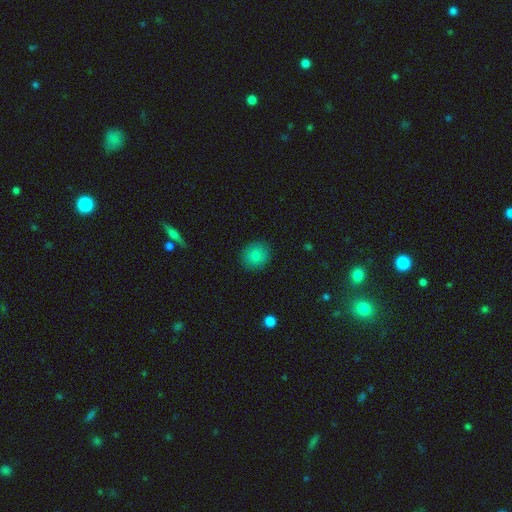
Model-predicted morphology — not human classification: Q: Smooth or featured?
A: smooth (82%); runner-up: star or artifact (10%)
Q: How rounded?
A: round (83%); runner-up: in between (16%)
Q: Merging?
A: none (89%); runner-up: minor disturbance (8%)